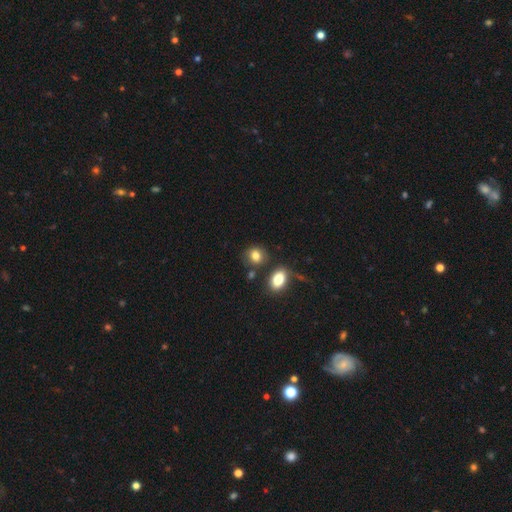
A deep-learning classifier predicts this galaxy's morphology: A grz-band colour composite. It shows a smooth galaxy with no disk features (81%) that is round (61%). Merging: none (70%).